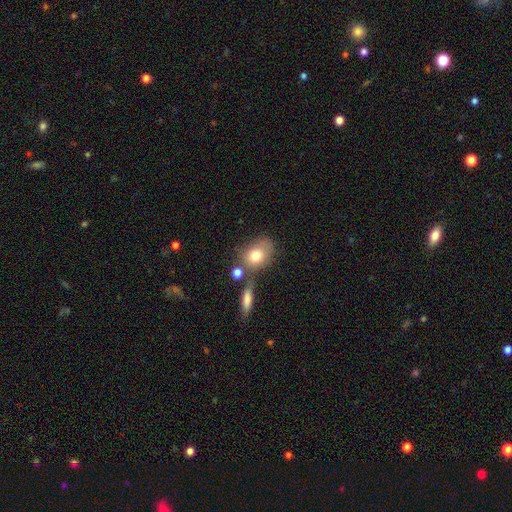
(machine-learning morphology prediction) Smooth or featured? smooth (76%)
How rounded? in between (65%)
Merging? none (52%)